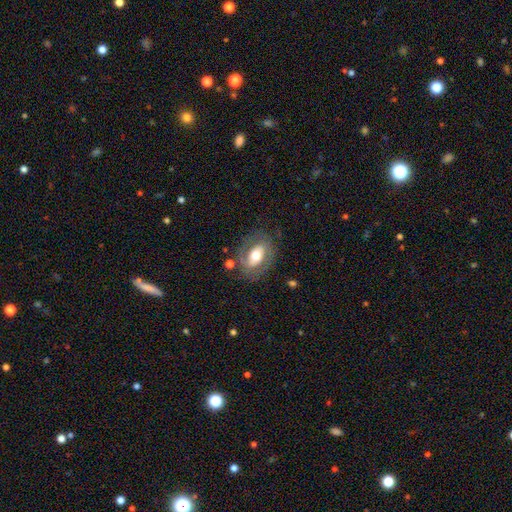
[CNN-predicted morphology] smooth-or-featured: featured or disk: 51% | smooth: 42% | star or artifact: 7%
  disk-edge-on: no: 91% | yes: 9%
  merging: none: 72% | minor disturbance: 16% | major disturbance: 9% | merger: 3%